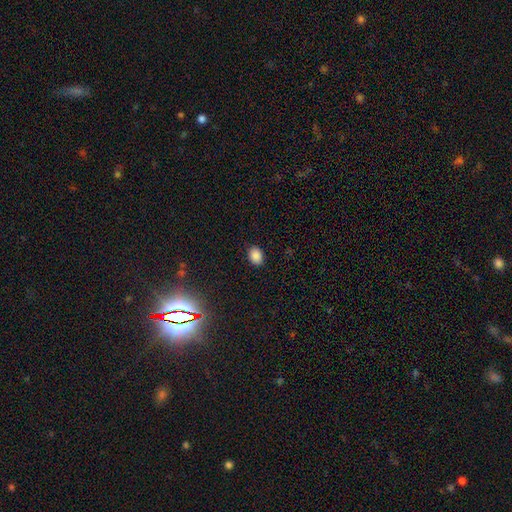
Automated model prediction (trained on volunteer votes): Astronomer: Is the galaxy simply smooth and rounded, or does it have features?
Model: smooth — 86%.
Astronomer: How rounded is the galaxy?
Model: in between — 67%.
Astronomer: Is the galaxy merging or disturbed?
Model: none — 87%.